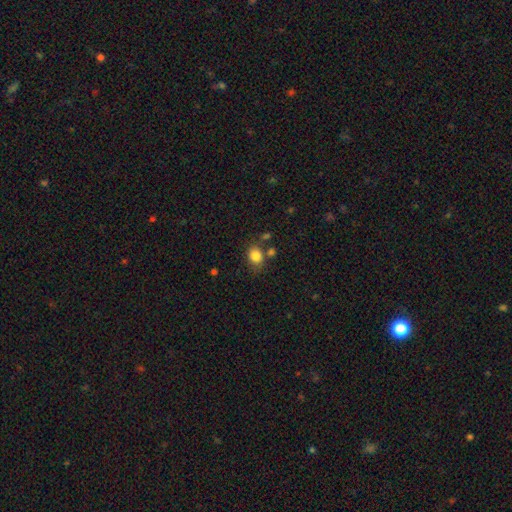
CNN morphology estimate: This appears to be a smooth galaxy with no disk features (83%) that is round (53%). Merging: none (68%).